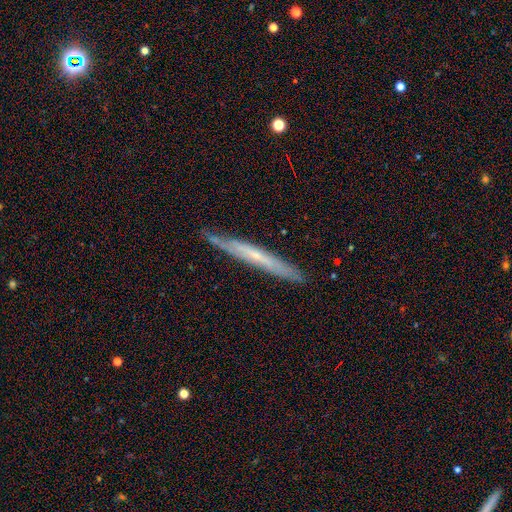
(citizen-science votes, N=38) Overall: featured or disk (76%). Edge-on disk: yes (72%). Edge-on bulge: rounded (52%; none 48%). Merging: none (94%).